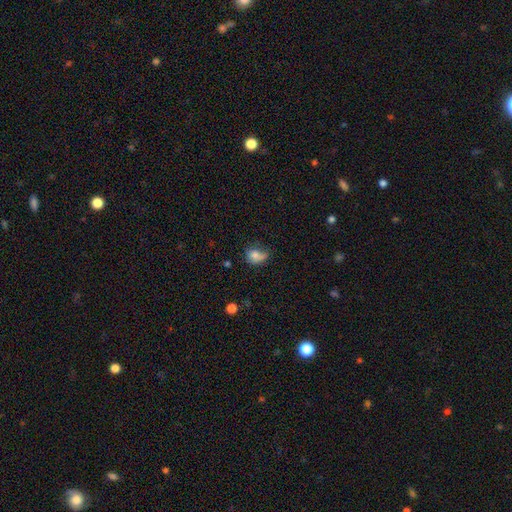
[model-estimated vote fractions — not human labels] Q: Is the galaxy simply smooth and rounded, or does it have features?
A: smooth — 75%.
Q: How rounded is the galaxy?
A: in between — 57%.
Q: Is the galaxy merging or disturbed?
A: none — 36%.